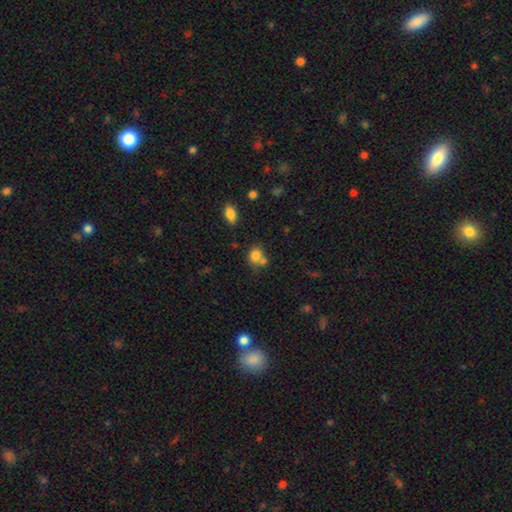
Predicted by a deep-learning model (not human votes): This appears to be a smooth galaxy with no disk features (79%) that is round (62%). Merging: none (46%).